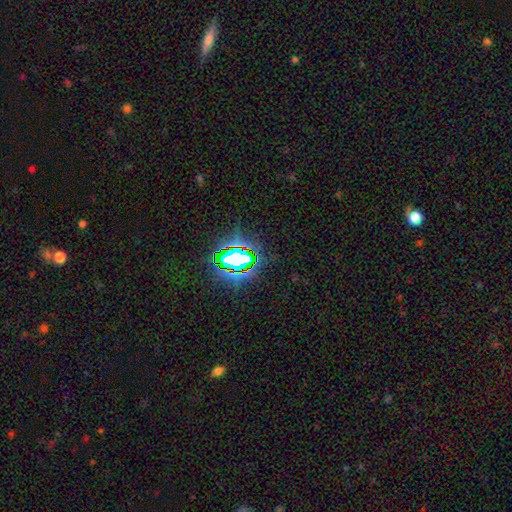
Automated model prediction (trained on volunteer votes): A star or artifact, not a galaxy (80%).

Vote fractions:
- Smooth or featured? star or artifact: 80% / smooth: 13% / featured or disk: 8%